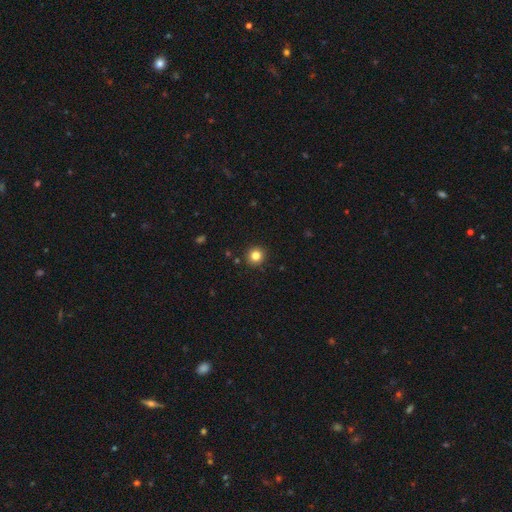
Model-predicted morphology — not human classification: smooth 82%, star or artifact 12%, featured or disk 5%. Down the decision tree: how rounded — round (94%); merging — none (92%).